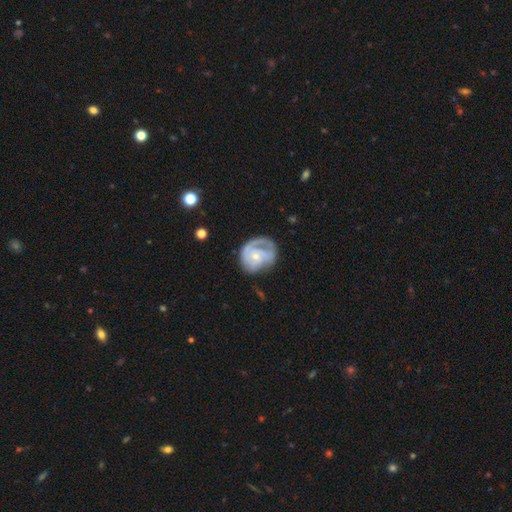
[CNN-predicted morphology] This is likely a featured or disk galaxy (72%). It is clearly not viewed edge-on (98%). Bar: likely no (73%). Spiral arm pattern: clearly yes (83%). Spiral arm count: marginally 1 (31%). Spiral winding: possibly tight (51%). Central bulge: likely small (68%). Merging: possibly none (48%).